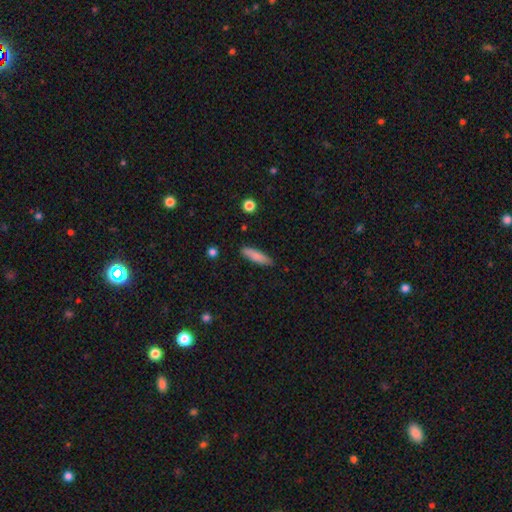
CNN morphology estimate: Smooth or featured? Predicted: smooth (p=0.83). How rounded? Predicted: cigar-shaped (p=0.74). Merging? Predicted: none (p=0.85).